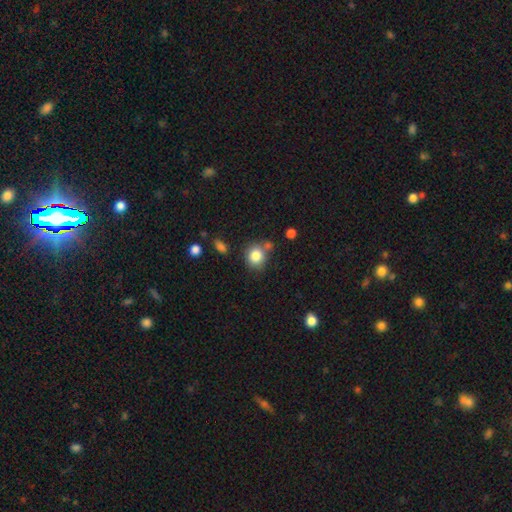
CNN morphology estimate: Smooth or featured? smooth (83%)
How rounded? round (80%)
Merging? none (66%)